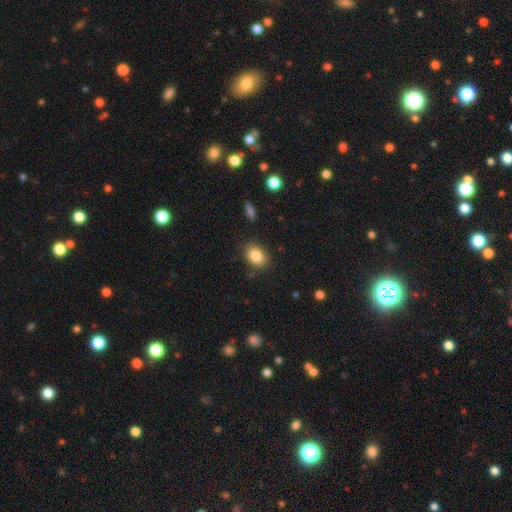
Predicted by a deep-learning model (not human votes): The model was most divided on "how rounded": in between: 80%, round: 18%, cigar-shaped: 1%. More confident: smooth or featured — smooth (85%); merging — none (84%).